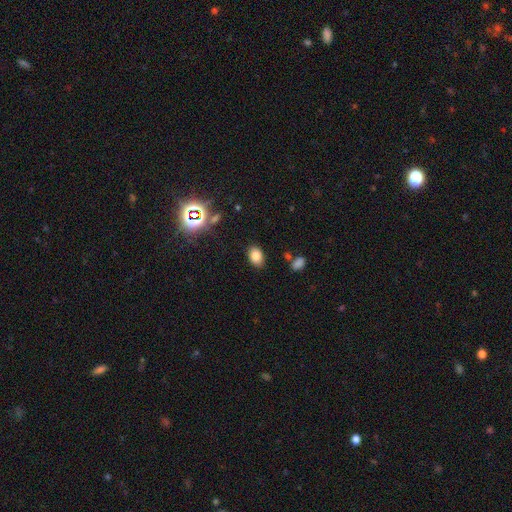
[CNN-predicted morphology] The model was most divided on "how rounded": in between: 79%, round: 20%, cigar-shaped: 1%. More confident: merging — none (85%); smooth or featured — smooth (80%).